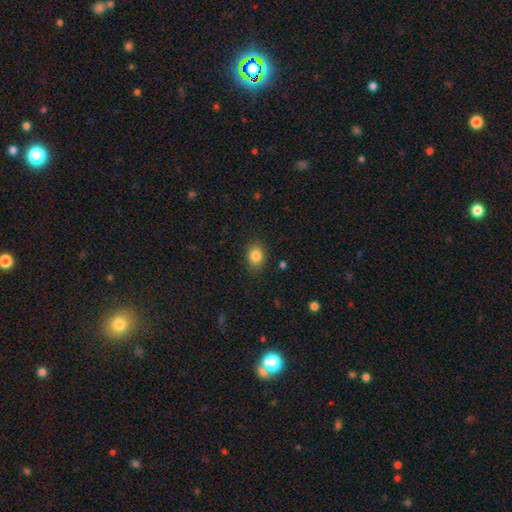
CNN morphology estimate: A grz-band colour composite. It shows a smooth galaxy with no disk features (84%) that is in between round and cigar-shaped (54%). Merging: none (86%).